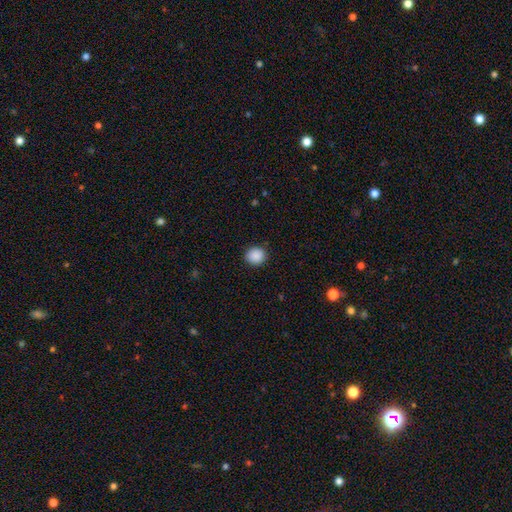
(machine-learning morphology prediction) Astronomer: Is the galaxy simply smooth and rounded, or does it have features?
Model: smooth — 89%.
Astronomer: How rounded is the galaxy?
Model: round — 84%.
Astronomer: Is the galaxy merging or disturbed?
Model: none — 90%.